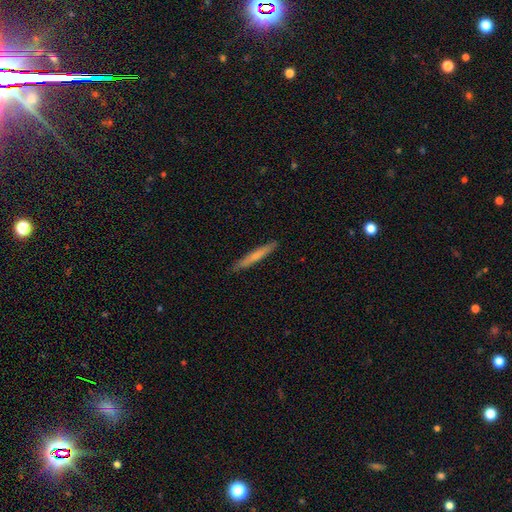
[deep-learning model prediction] A smooth galaxy with no disk features (63%) that is cigar-shaped (96%).

Vote fractions:
- Smooth or featured? smooth: 63% / featured or disk: 32% / star or artifact: 5%
- How rounded? cigar-shaped: 96% / in between: 3% / round: 1%
- Merging? none: 90% / minor disturbance: 8% / major disturbance: 1% / merger: 1%